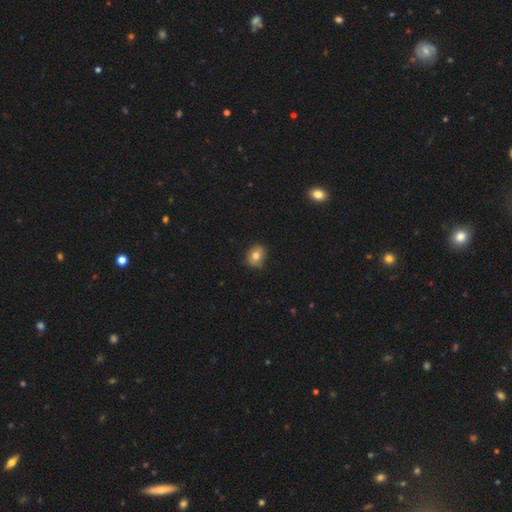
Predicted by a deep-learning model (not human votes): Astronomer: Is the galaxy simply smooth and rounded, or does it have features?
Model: smooth — 77%.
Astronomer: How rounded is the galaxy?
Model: round — 62% (runner-up: in between, 37%).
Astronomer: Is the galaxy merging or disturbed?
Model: none — 79%.